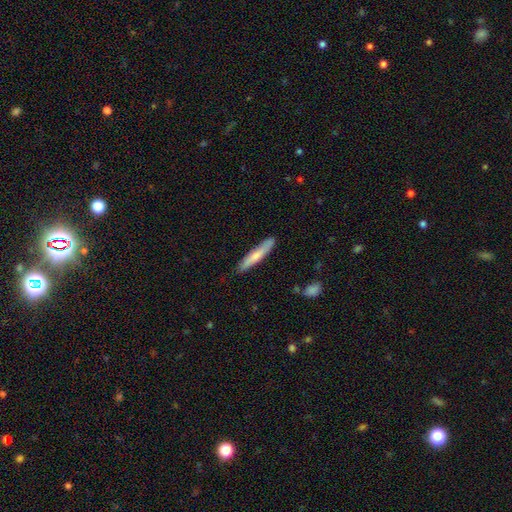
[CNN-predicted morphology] Smooth or featured: smooth — 67% (featured or disk — 28%)
How rounded: cigar-shaped — 92% (in between — 7%)
Merging: none — 85% (minor disturbance — 11%)